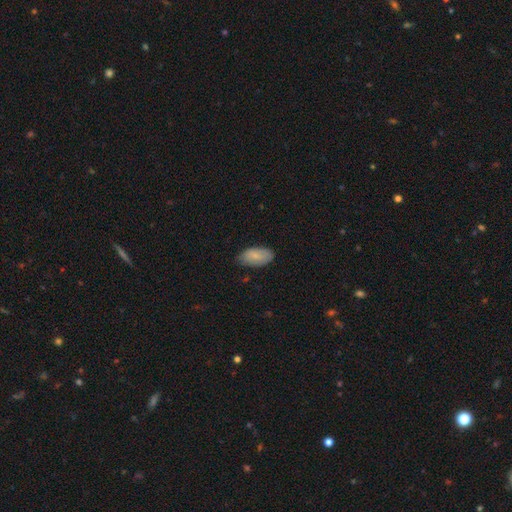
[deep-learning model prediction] smooth 80%, featured or disk 14%, star or artifact 6%. Down the decision tree: how rounded — in between (94%); merging — none (71%).